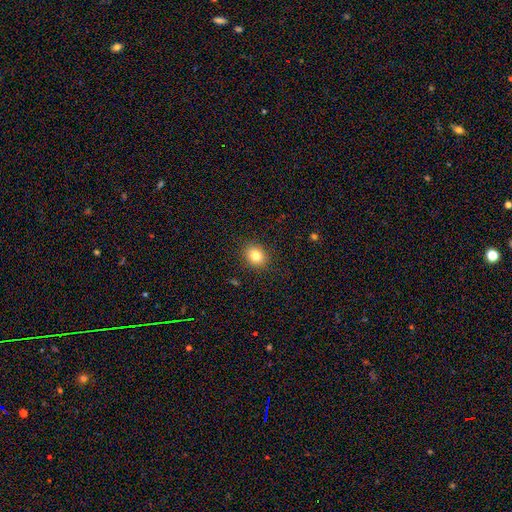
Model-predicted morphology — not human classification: Q: Smooth or featured?
A: smooth (82%); runner-up: star or artifact (11%)
Q: How rounded?
A: round (64%); runner-up: in between (35%)
Q: Merging?
A: none (89%); runner-up: minor disturbance (8%)